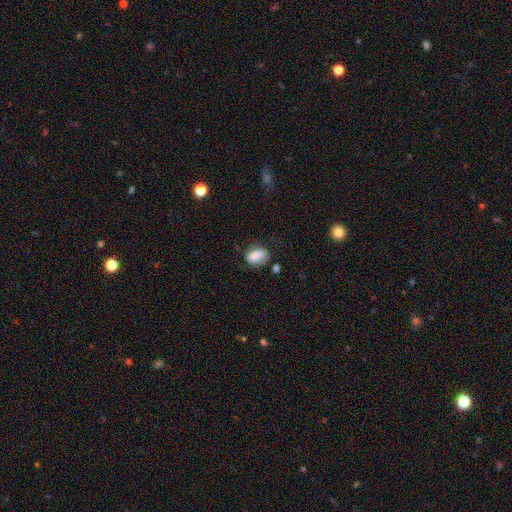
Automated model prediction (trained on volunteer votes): Morphology: type=smooth (78%); roundness=in between (76%); merging=none (62%).